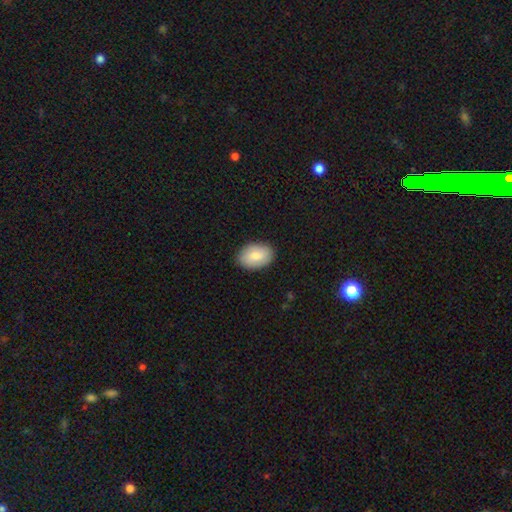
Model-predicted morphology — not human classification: Smooth or featured? Predicted: smooth (p=0.84). How rounded? Predicted: in between (p=0.88). Merging? Predicted: none (p=0.87).